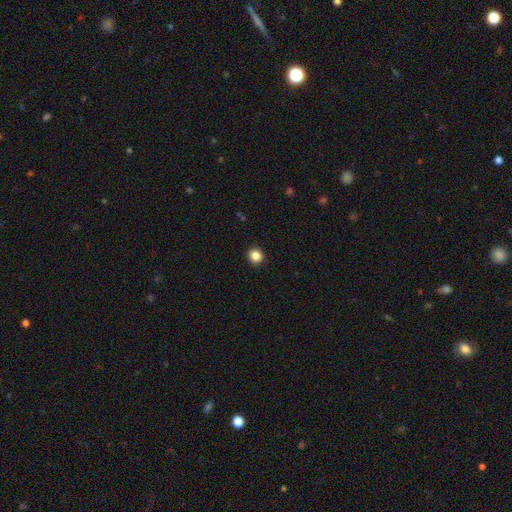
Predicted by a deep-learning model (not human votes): Overall: smooth (86%). How rounded: round (91%). Merging: none (93%).